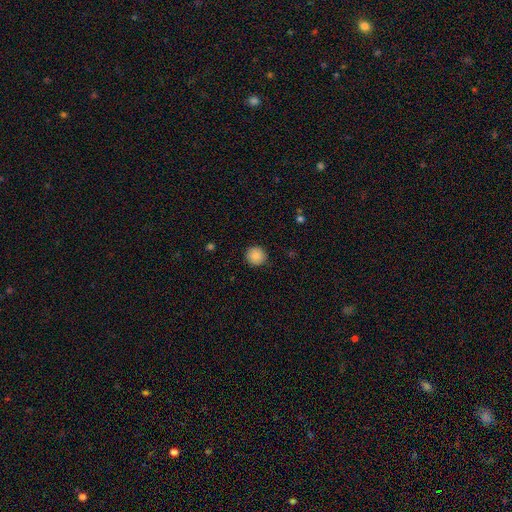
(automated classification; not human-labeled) smooth 88%, star or artifact 9%, featured or disk 3%. Down the decision tree: how rounded — round (93%); merging — none (90%).